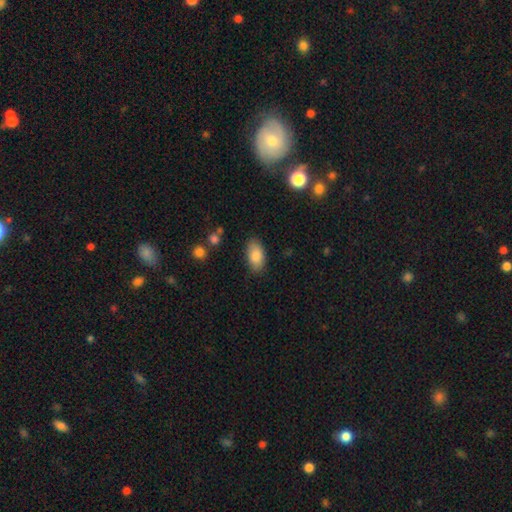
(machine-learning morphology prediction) Smooth or featured? smooth (84%)
How rounded? in between (93%)
Merging? none (83%)